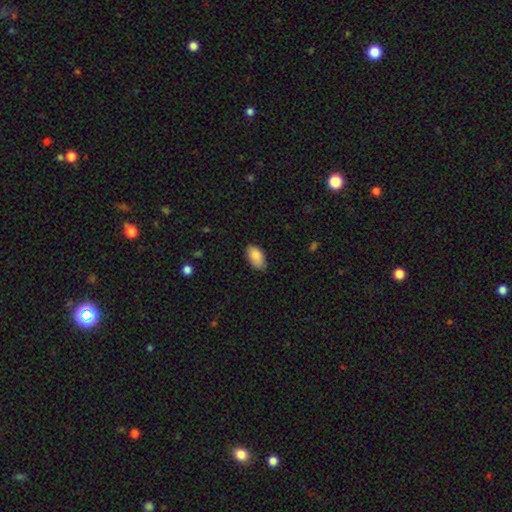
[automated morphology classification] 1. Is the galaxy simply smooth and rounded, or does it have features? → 87% smooth, 7% star or artifact, 6% featured or disk.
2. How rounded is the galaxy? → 94% in between, 3% round, 2% cigar-shaped.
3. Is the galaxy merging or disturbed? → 80% none, 17% minor disturbance, 3% major disturbance, 1% merger.